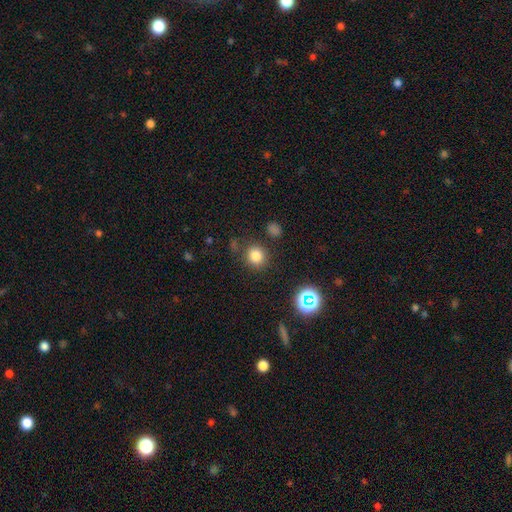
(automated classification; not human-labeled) smooth_or_featured: smooth (p=0.79) [alt: star or artifact p=0.16]
how_rounded: round (p=0.86) [alt: in between p=0.13]
merging: none (p=0.81) [alt: minor disturbance p=0.10]